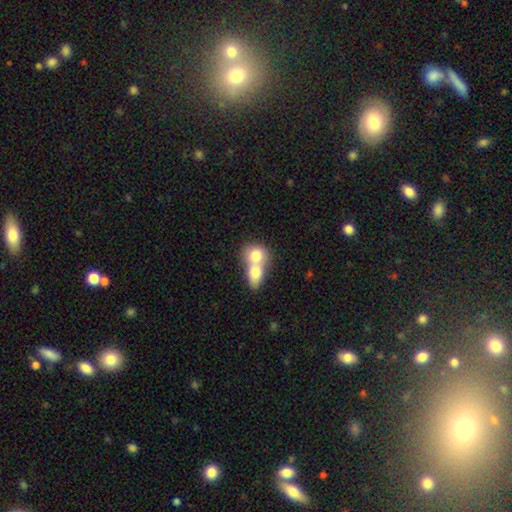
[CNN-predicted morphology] This appears to be a smooth galaxy with no disk features (72%) that is round (52%). Merging: merger (76%).